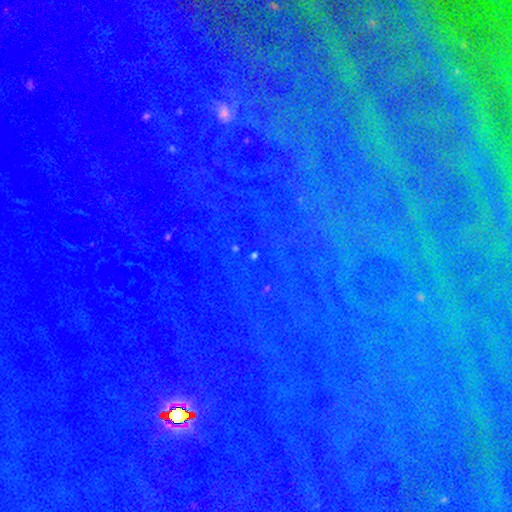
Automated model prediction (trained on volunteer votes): smooth-or-featured: star or artifact: 86% | smooth: 8% | featured or disk: 6%